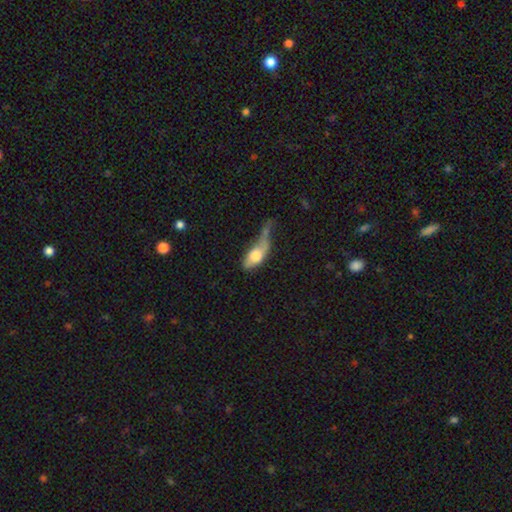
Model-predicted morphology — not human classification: A smooth galaxy with no disk features (65%) that is in between round and cigar-shaped (77%).

Vote fractions:
- Smooth or featured? smooth: 65% / featured or disk: 28% / star or artifact: 7%
- How rounded? in between: 77% / cigar-shaped: 17% / round: 6%
- Merging? major disturbance: 42% / minor disturbance: 27% / none: 19% / merger: 13%